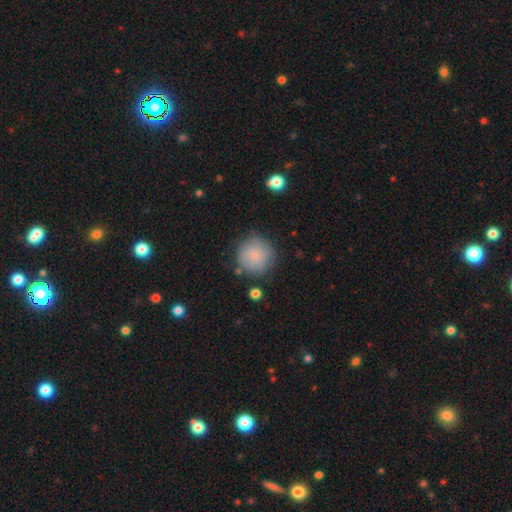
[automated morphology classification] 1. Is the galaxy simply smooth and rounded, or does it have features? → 75% smooth, 17% featured or disk, 8% star or artifact.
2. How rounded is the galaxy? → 94% round, 5% in between, 1% cigar-shaped.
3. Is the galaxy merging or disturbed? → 76% none, 16% minor disturbance, 5% major disturbance, 3% merger.